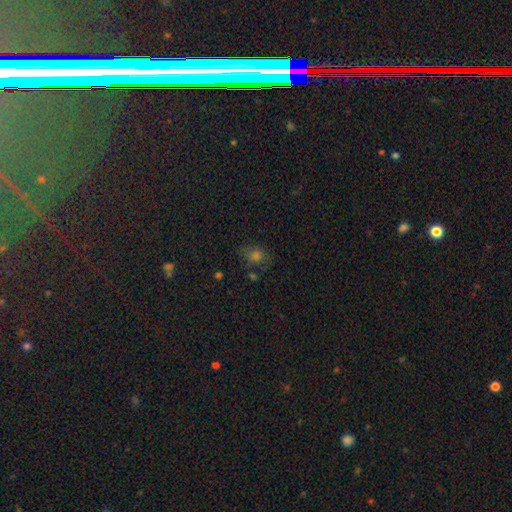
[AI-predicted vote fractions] Smooth or featured: smooth — 59% (star or artifact — 31%)
How rounded: round — 54% (in between — 44%)
Merging: none — 69% (minor disturbance — 19%)